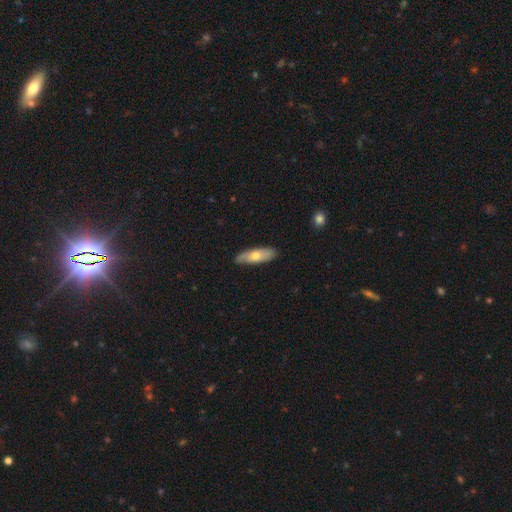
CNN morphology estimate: Smooth or featured? Predicted: smooth (p=0.63). How rounded? Predicted: in between (p=0.49, tied with cigar-shaped). Merging? Predicted: none (p=0.84).